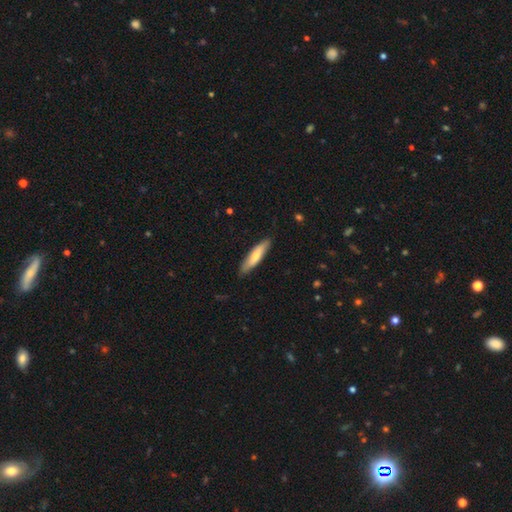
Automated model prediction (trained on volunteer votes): A smooth galaxy with no disk features (69%) that is cigar-shaped (78%).

Vote fractions:
- Smooth or featured? smooth: 69% / featured or disk: 26% / star or artifact: 5%
- How rounded? cigar-shaped: 78% / in between: 21% / round: 1%
- Merging? none: 84% / minor disturbance: 13% / major disturbance: 2% / merger: 1%